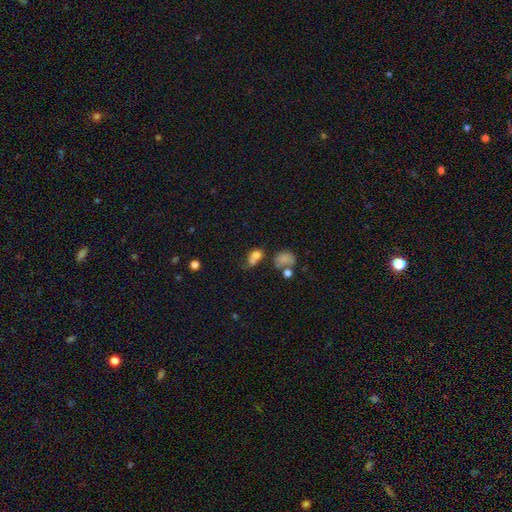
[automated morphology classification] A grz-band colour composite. It shows a smooth galaxy with no disk features (72%) that is in between round and cigar-shaped (52%). Merging: merger (45%).